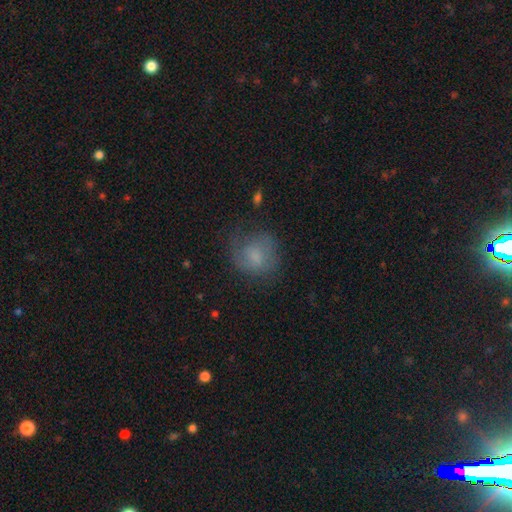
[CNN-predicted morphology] Smooth or featured? smooth (61%)
How rounded? round (76%)
Merging? none (60%)